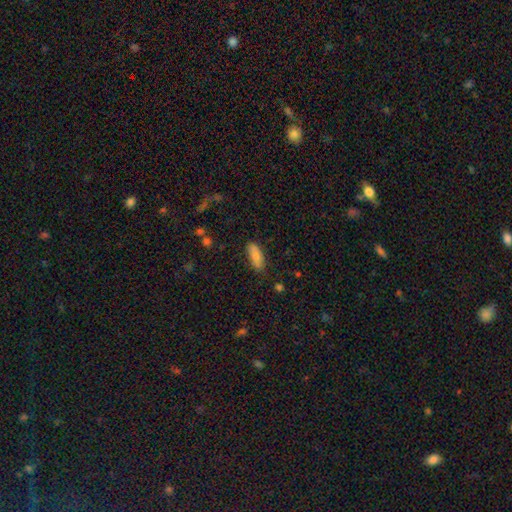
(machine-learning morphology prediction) smooth-or-featured: smooth: 80% | featured or disk: 14% | star or artifact: 7%
  how-rounded: in between: 71% | cigar-shaped: 26% | round: 2%
  merging: none: 77% | minor disturbance: 17% | major disturbance: 4% | merger: 2%